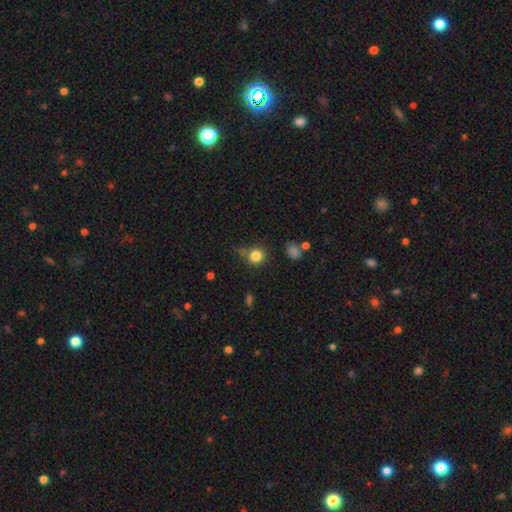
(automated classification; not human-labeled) The model was most divided on "merging": none: 71%, minor disturbance: 16%, merger: 8%, major disturbance: 5%. More confident: how rounded — round (86%); smooth or featured — smooth (82%).